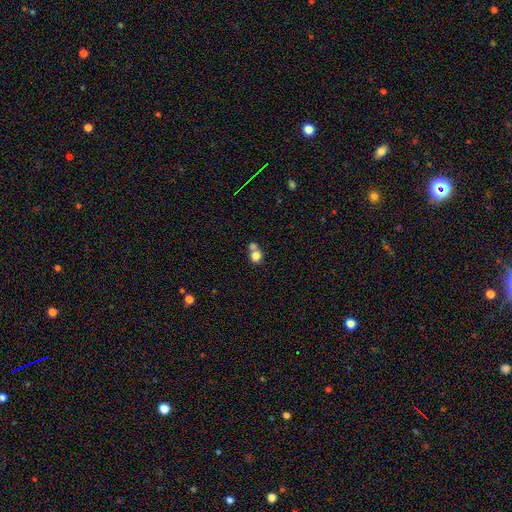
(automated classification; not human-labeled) Morphology: type=smooth (80%); roundness=round (80%); merging=merger (48%).